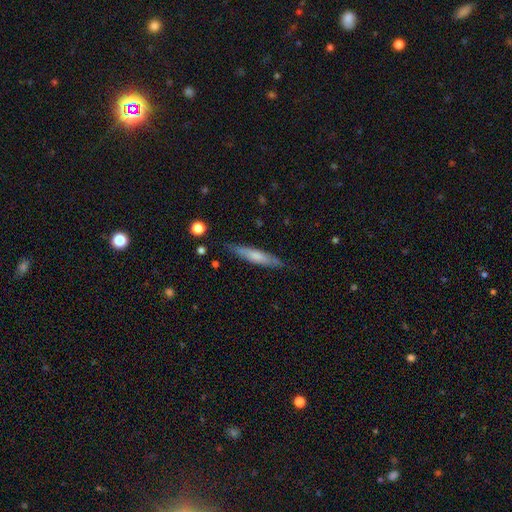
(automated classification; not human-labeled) Smooth or featured?
  - smooth: 54% *
  - featured or disk: 40%
  - star or artifact: 6%
How rounded?
  - cigar-shaped: 90% *
  - in between: 8%
  - round: 1%
Merging?
  - none: 84% *
  - minor disturbance: 12%
  - major disturbance: 2%
  - merger: 1%